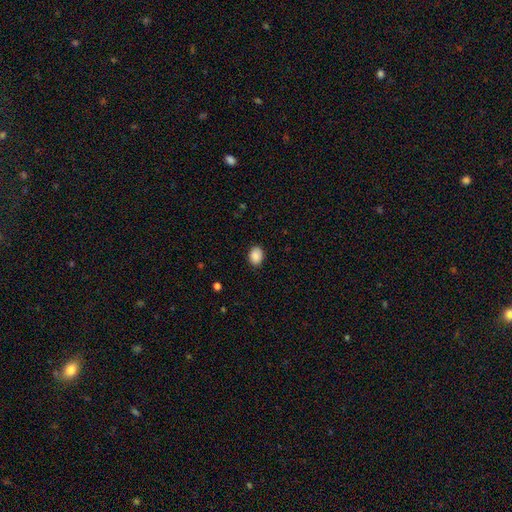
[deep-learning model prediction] This appears to be a smooth galaxy with no disk features (89%) that is in between round and cigar-shaped (68%). Merging: none (88%).